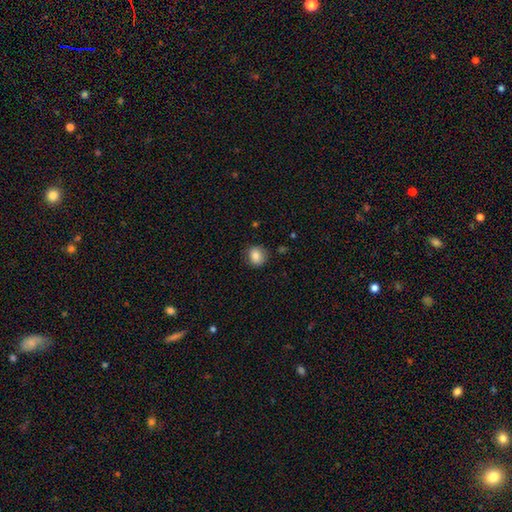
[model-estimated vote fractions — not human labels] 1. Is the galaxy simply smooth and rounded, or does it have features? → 84% smooth, 9% star or artifact, 6% featured or disk.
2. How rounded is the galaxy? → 78% round, 21% in between, 1% cigar-shaped.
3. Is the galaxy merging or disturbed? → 84% none, 12% minor disturbance, 3% major disturbance, 2% merger.